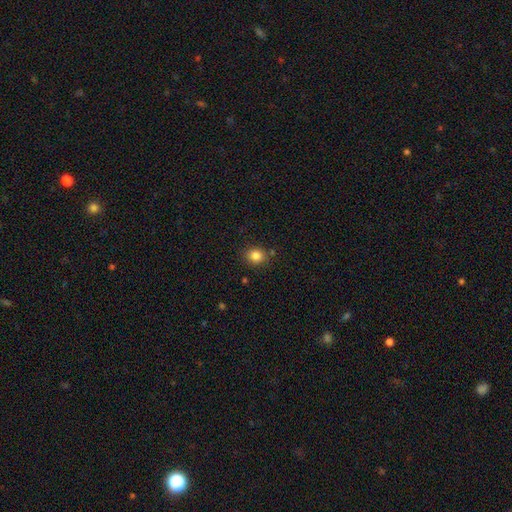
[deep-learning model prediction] This appears to be a smooth galaxy with no disk features (84%) that is round (67%). Merging: none (83%).